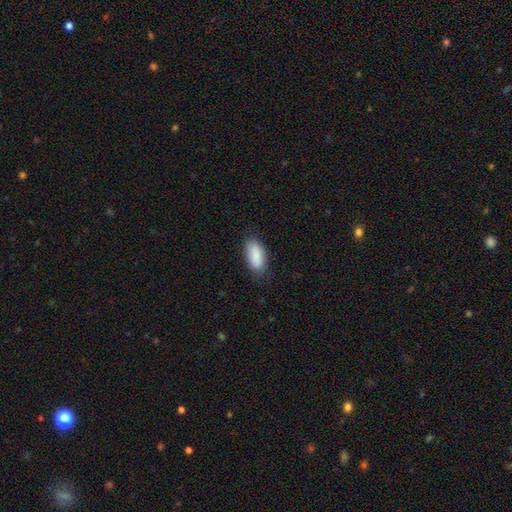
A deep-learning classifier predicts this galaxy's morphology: Smooth or featured: smooth — 87% (featured or disk — 7%)
How rounded: in between — 88% (cigar-shaped — 9%)
Merging: none — 78% (minor disturbance — 17%)